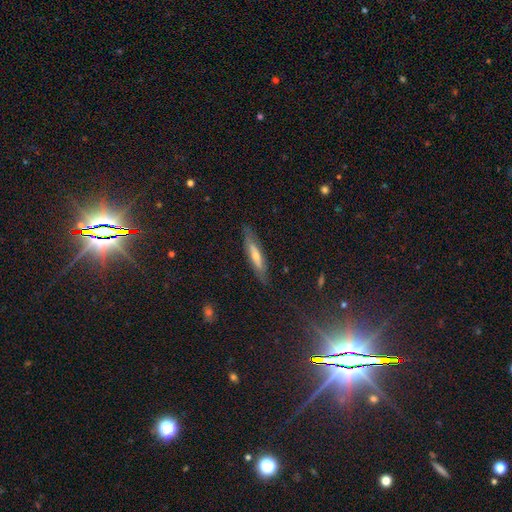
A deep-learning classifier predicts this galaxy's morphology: Smooth or featured: featured or disk — 53% (smooth — 37%)
Edge-on disk: yes — 76% (no — 24%)
Merging: none — 84% (minor disturbance — 12%)